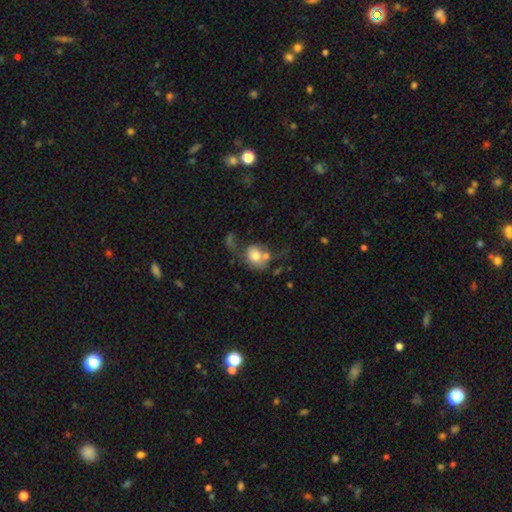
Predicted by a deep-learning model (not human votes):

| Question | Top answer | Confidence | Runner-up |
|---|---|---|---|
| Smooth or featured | smooth | 62% | featured or disk (29%) |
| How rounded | round | 63% | in between (36%) |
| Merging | merger | 34% | major disturbance (30%) |